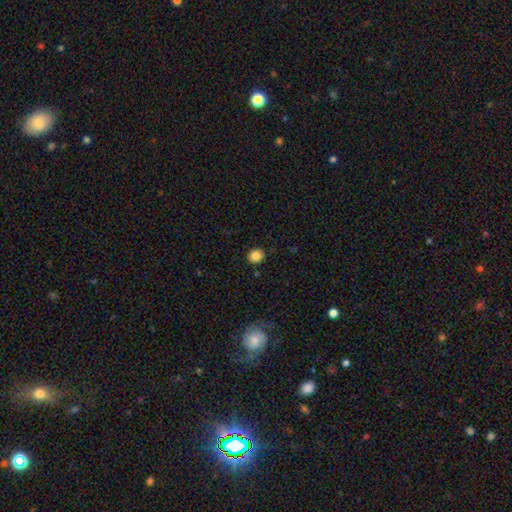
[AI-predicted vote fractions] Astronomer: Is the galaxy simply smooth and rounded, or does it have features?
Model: smooth — 84%.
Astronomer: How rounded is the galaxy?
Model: round — 85%.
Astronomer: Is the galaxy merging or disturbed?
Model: none — 90%.